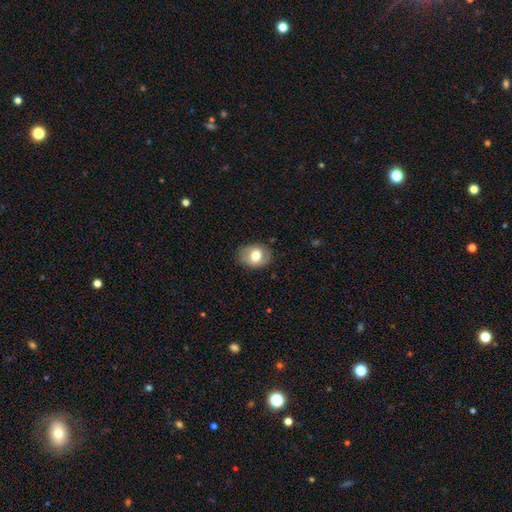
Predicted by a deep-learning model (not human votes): smooth 68%, featured or disk 24%, star or artifact 8%. Down the decision tree: how rounded — in between (63%); merging — none (82%).